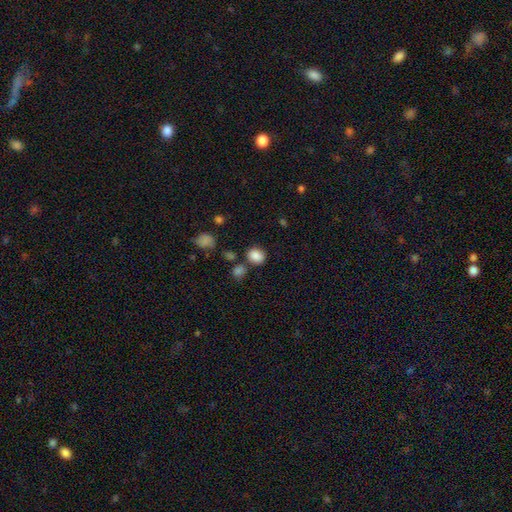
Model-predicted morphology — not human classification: A smooth galaxy with no disk features (84%) that is round (59%).

Vote fractions:
- Smooth or featured? smooth: 84% / star or artifact: 11% / featured or disk: 5%
- How rounded? round: 59% / in between: 40% / cigar-shaped: 1%
- Merging? none: 71% / minor disturbance: 14% / merger: 10% / major disturbance: 5%